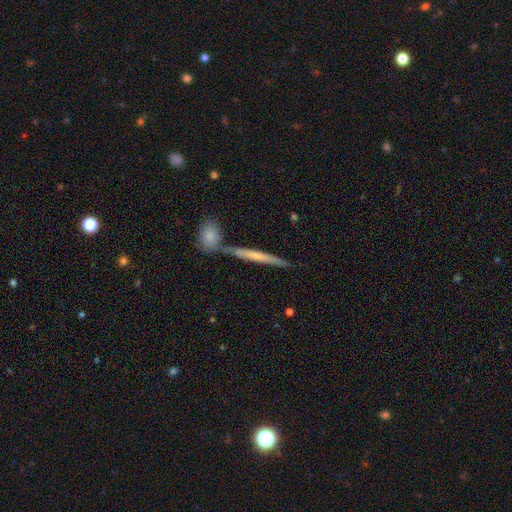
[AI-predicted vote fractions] Smooth or featured? smooth (52%)
How rounded? cigar-shaped (94%)
Merging? none (69%)